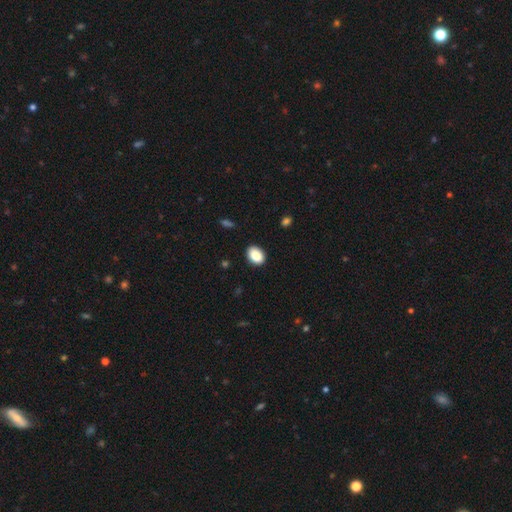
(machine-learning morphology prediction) Overall: smooth (89%). How rounded: in between (76%). Merging: none (88%).